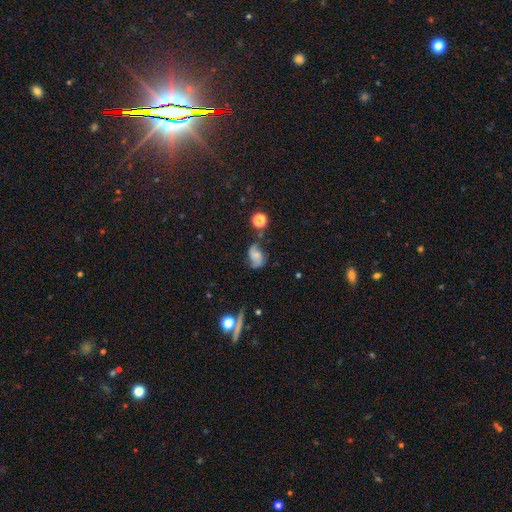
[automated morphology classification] This is possibly a featured or disk galaxy (51%). It is clearly not viewed edge-on (97%). Merging: possibly none (47%).